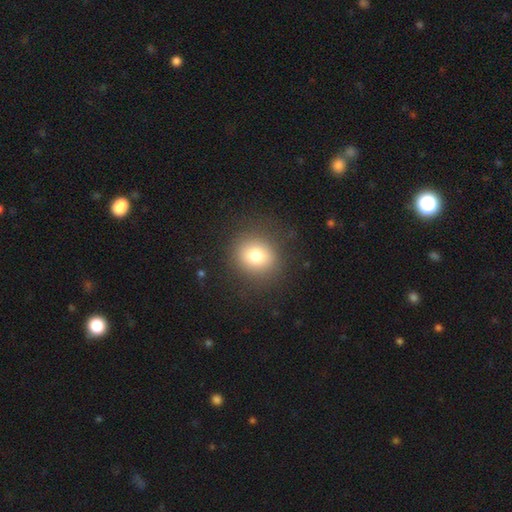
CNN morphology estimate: smooth-or-featured: smooth: 77% | star or artifact: 12% | featured or disk: 11%
  how-rounded: round: 83% | in between: 16% | cigar-shaped: 1%
  merging: none: 86% | minor disturbance: 8% | major disturbance: 4% | merger: 1%